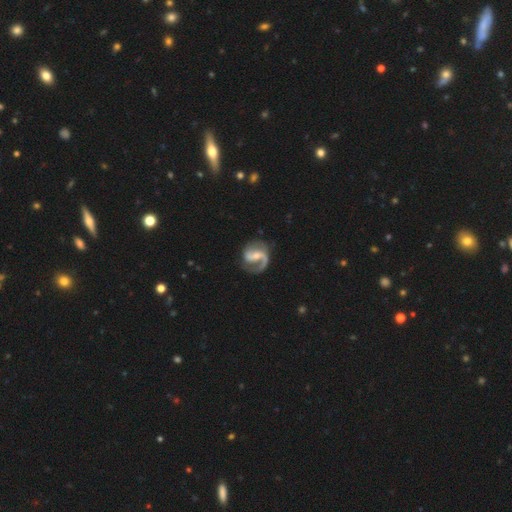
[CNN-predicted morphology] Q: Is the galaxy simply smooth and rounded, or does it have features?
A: featured or disk — 89%.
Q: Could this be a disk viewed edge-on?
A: no — 98%.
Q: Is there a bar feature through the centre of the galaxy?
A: weak — 46%.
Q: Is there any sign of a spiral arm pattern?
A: yes — 97%.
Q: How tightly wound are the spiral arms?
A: medium — 51%.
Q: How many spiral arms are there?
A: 2 — 69%.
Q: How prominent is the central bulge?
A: small — 54%.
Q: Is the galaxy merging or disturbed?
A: none — 69%.